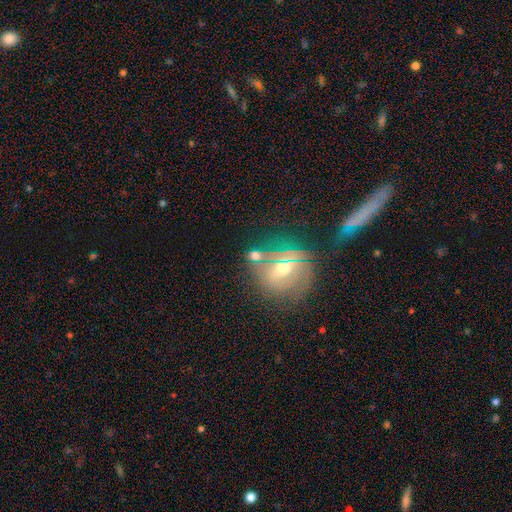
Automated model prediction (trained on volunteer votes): smooth 47%, star or artifact 33%, featured or disk 20%. Down the decision tree: merging — none (65%).